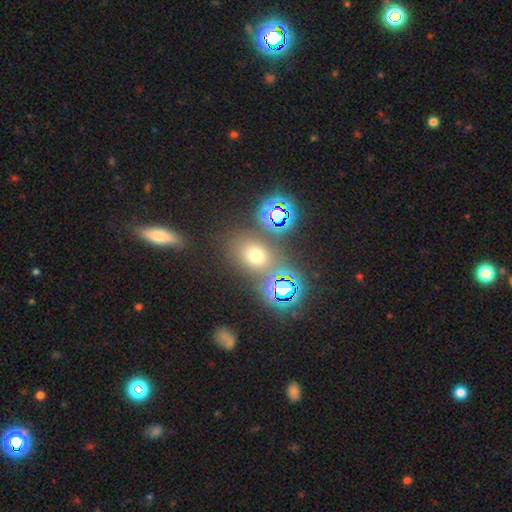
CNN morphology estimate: A smooth galaxy with no disk features (57%) that is in between round and cigar-shaped (49%, tied with round). Merging: none (72%).